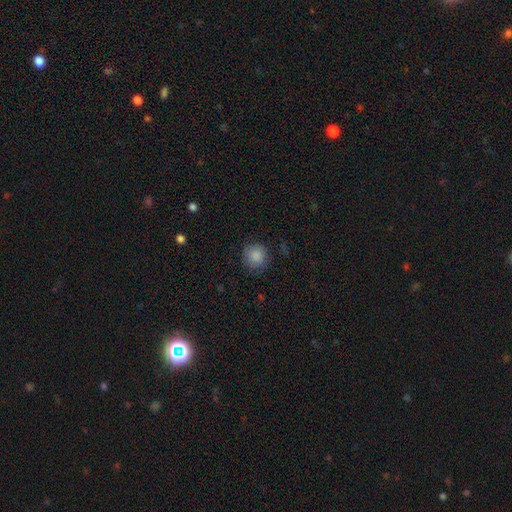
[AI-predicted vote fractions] Smooth or featured: smooth — 86% (star or artifact — 9%)
How rounded: round — 92% (in between — 7%)
Merging: none — 82% (minor disturbance — 13%)